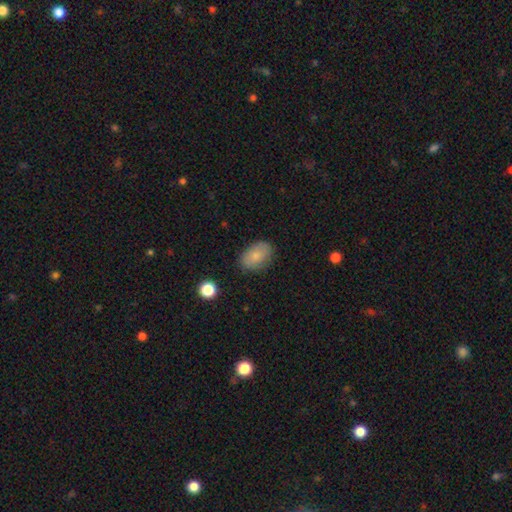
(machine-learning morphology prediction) smooth-or-featured: smooth: 77% | featured or disk: 15% | star or artifact: 8%
  how-rounded: in between: 86% | round: 13% | cigar-shaped: 1%
  merging: none: 81% | minor disturbance: 14% | major disturbance: 3% | merger: 1%